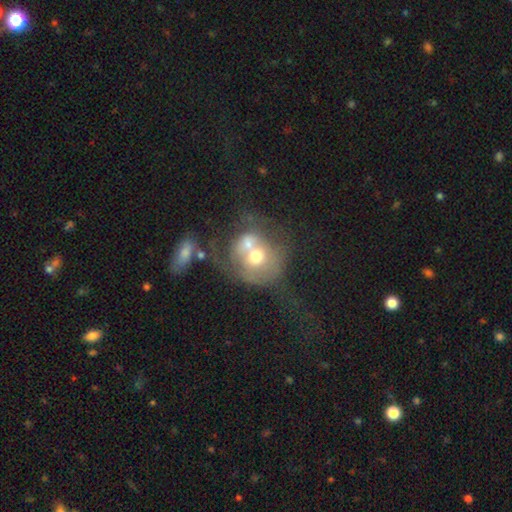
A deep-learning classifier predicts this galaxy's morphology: Smooth or featured? Predicted: smooth (p=0.45). Merging? Predicted: merger (p=0.53).